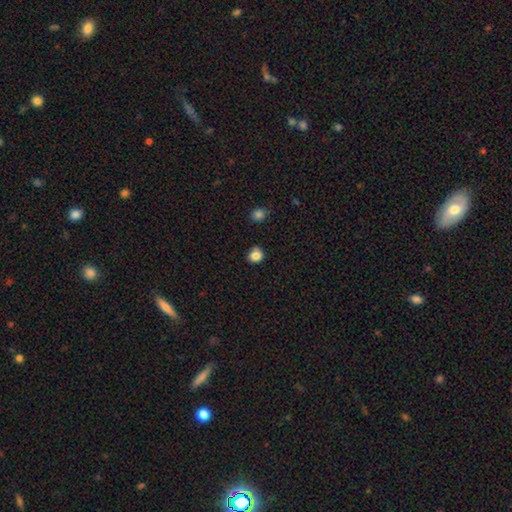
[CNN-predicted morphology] The model was most divided on "how rounded": round: 72%, in between: 27%, cigar-shaped: 1%. More confident: smooth or featured — smooth (83%); merging — none (72%).